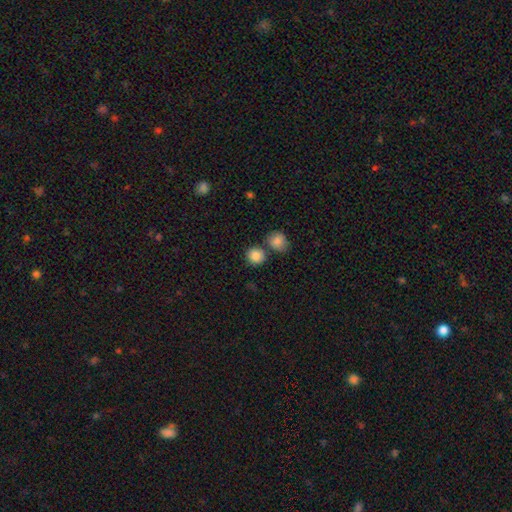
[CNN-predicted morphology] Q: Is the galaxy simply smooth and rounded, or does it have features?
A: smooth — 85%.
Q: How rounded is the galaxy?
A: round — 88%.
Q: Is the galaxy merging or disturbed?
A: none — 70%.